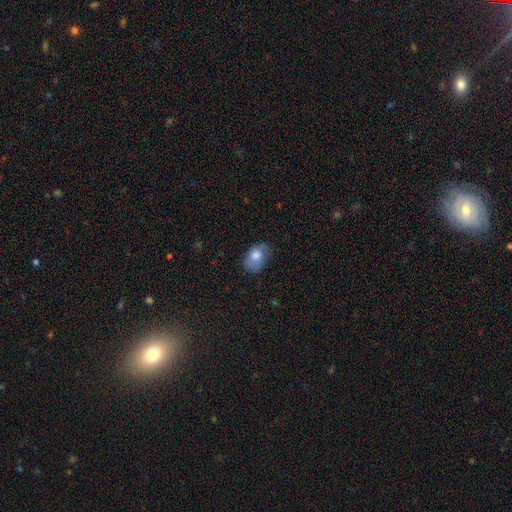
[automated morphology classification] Smooth or featured: smooth — 79% (featured or disk — 13%)
How rounded: in between — 81% (round — 18%)
Merging: none — 67% (minor disturbance — 26%)